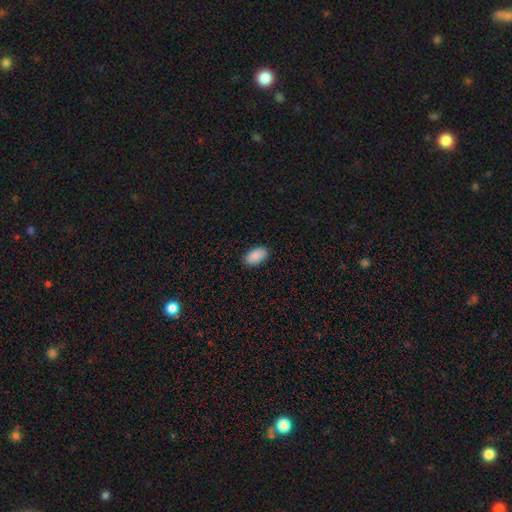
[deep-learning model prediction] Q: Smooth or featured?
A: smooth (90%); runner-up: star or artifact (7%)
Q: How rounded?
A: in between (94%); runner-up: round (4%)
Q: Merging?
A: none (87%); runner-up: minor disturbance (10%)